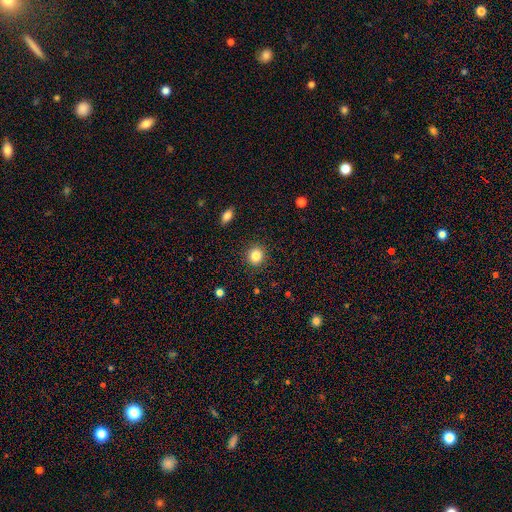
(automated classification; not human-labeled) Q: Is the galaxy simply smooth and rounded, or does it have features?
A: smooth — 84%.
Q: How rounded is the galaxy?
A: round — 87%.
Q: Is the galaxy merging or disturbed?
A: none — 91%.